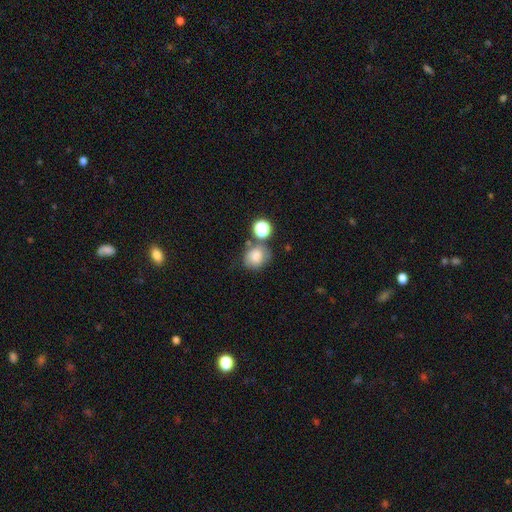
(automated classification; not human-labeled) smooth-or-featured: smooth: 76% | star or artifact: 12% | featured or disk: 11%
  how-rounded: round: 68% | in between: 31% | cigar-shaped: 1%
  merging: none: 54% | merger: 20% | minor disturbance: 18% | major disturbance: 8%